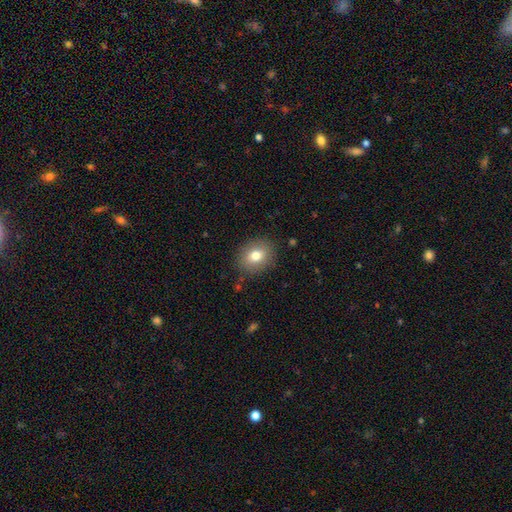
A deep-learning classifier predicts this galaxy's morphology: Overall: smooth (77%). How rounded: round (50%; in between 49%). Merging: none (86%).